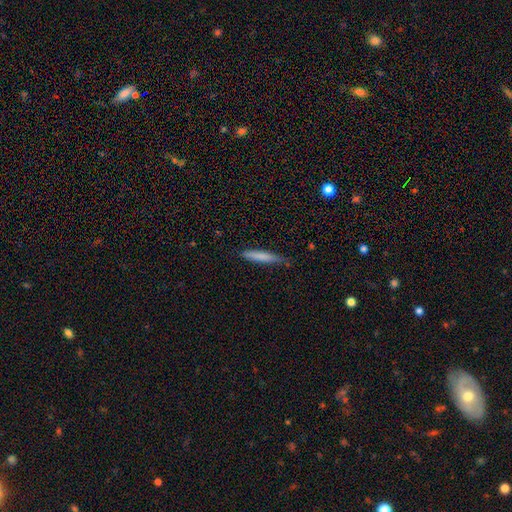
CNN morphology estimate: The model was most divided on "smooth or featured": smooth: 74%, featured or disk: 20%, star or artifact: 6%. More confident: how rounded — cigar-shaped (94%); merging — none (79%).